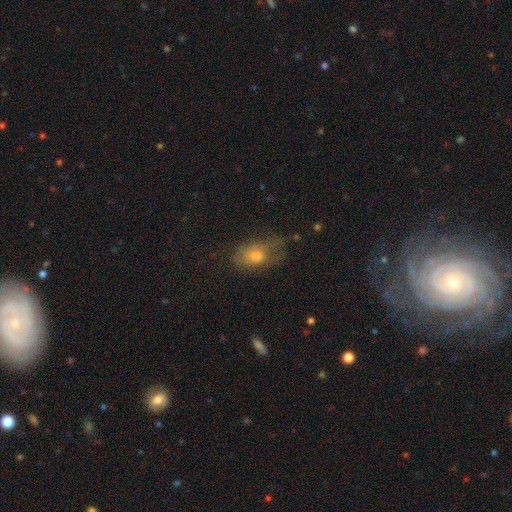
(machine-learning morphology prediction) type=smooth (67%); roundness=in between (82%); merging=none (46%).